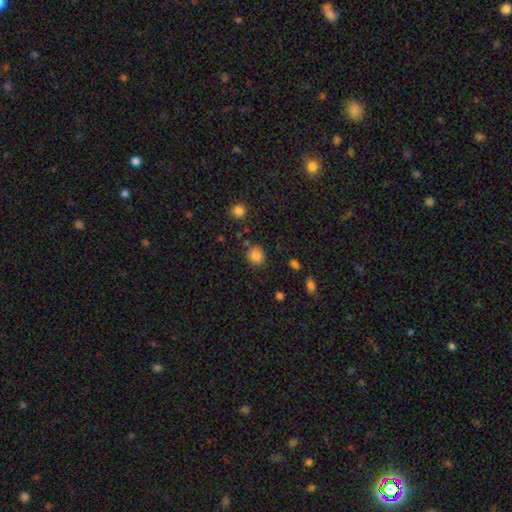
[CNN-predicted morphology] smooth 84%, star or artifact 12%, featured or disk 4%. Down the decision tree: how rounded — round (86%); merging — none (78%).